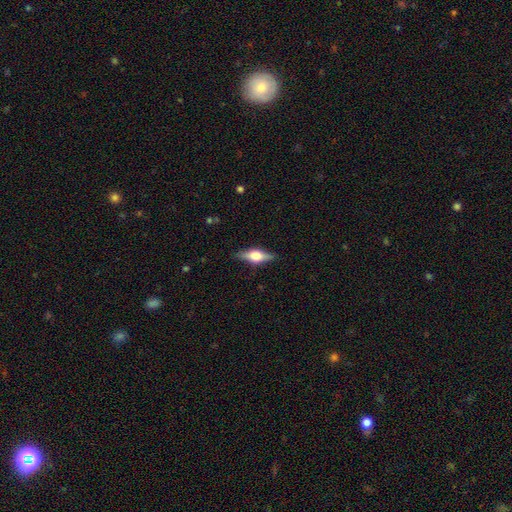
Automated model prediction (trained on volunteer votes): Q: Smooth or featured?
A: featured or disk (53%); runner-up: smooth (40%)
Q: Edge-on disk?
A: yes (93%); runner-up: no (7%)
Q: Merging?
A: none (85%); runner-up: minor disturbance (11%)